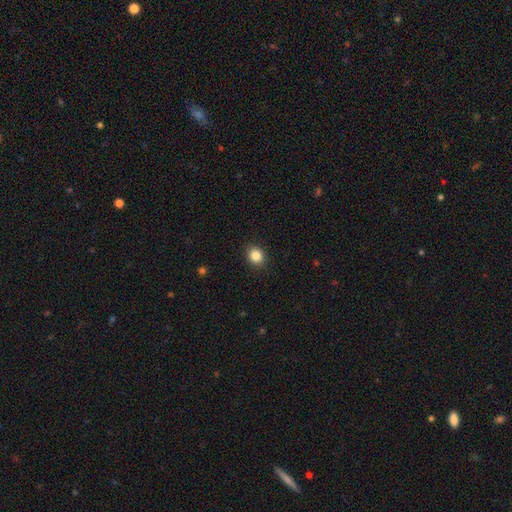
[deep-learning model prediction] The model was most divided on "how rounded": round: 69%, in between: 30%, cigar-shaped: 1%. More confident: merging — none (90%); smooth or featured — smooth (86%).